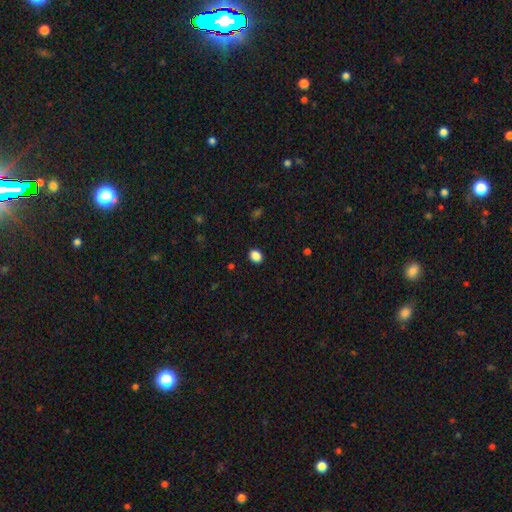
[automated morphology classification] smooth_or_featured: smooth (p=0.88) [alt: star or artifact p=0.10]
how_rounded: in between (p=0.53) [alt: round p=0.46]
merging: none (p=0.90) [alt: minor disturbance p=0.07]